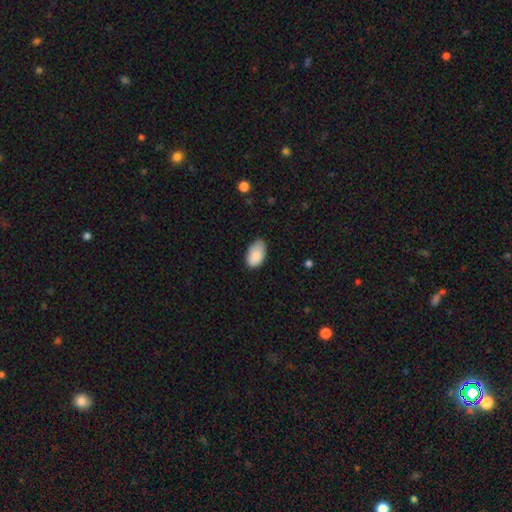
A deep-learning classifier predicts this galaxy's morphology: Smooth or featured: smooth — 87% (star or artifact — 7%)
How rounded: in between — 93% (round — 5%)
Merging: none — 72% (minor disturbance — 24%)